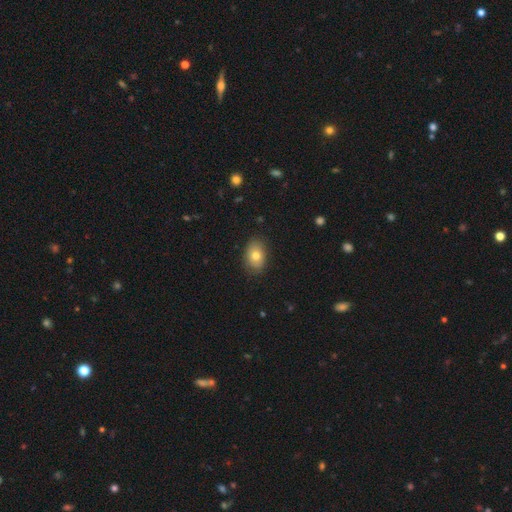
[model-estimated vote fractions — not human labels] smooth_or_featured: smooth (p=0.77) [alt: featured or disk p=0.14]
how_rounded: in between (p=0.80) [alt: round p=0.19]
merging: none (p=0.85) [alt: minor disturbance p=0.12]